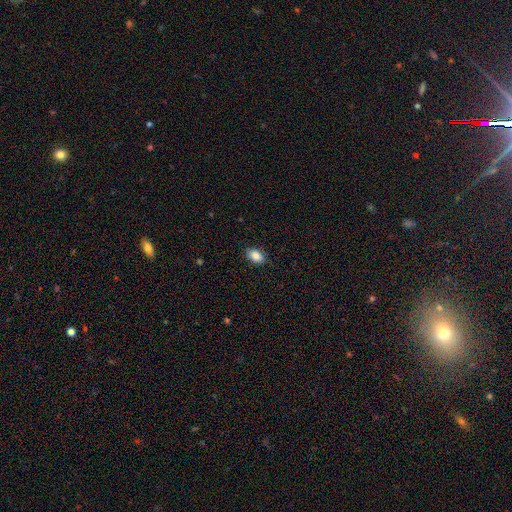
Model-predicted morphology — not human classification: A smooth galaxy with no disk features (87%) that is in between round and cigar-shaped (87%).

Vote fractions:
- Smooth or featured? smooth: 87% / star or artifact: 8% / featured or disk: 6%
- How rounded? in between: 87% / round: 12% / cigar-shaped: 1%
- Merging? none: 88% / minor disturbance: 9% / major disturbance: 2% / merger: 1%